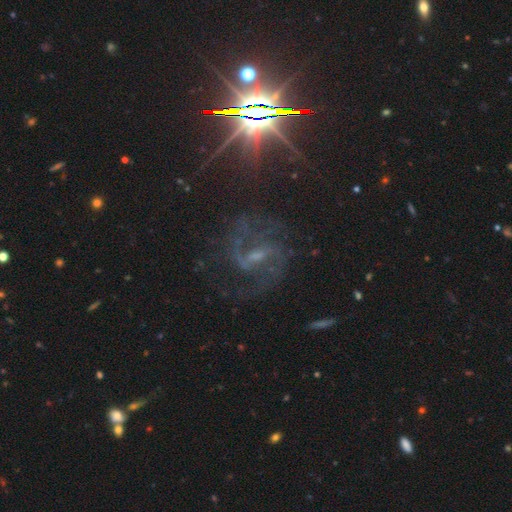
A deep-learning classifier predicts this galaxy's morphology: Overall: featured or disk (74%). Edge-on disk: no (95%). Bar: weak (46%; strong 39%). Spiral arms: yes (93%). Spiral arm count: 2 (75%). Spiral winding: medium (52%; loose 30%). Bulge size: small (50%; moderate 29%). Merging: none (66%).